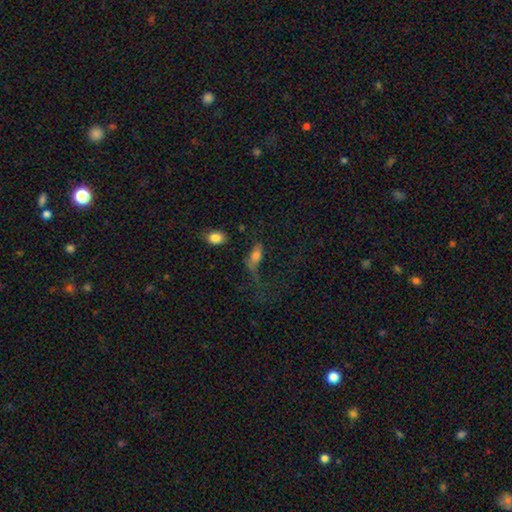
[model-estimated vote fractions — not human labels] smooth-or-featured: smooth: 65% | featured or disk: 23% | star or artifact: 13%
  how-rounded: in between: 74% | cigar-shaped: 17% | round: 9%
  merging: major disturbance: 47% | none: 28% | minor disturbance: 18% | merger: 7%